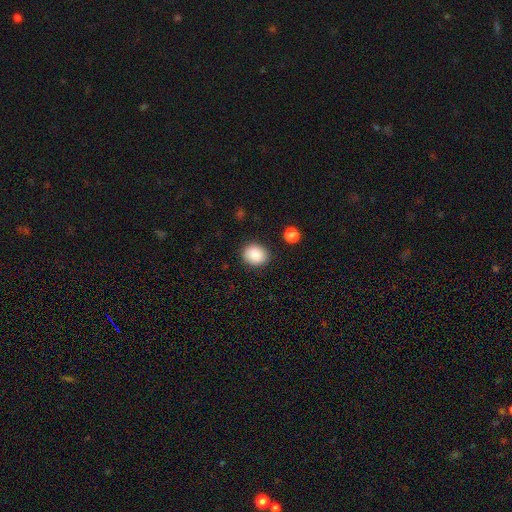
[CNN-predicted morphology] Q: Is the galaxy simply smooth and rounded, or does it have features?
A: smooth — 88%.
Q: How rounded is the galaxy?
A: round — 59%.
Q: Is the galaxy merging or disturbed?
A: none — 86%.